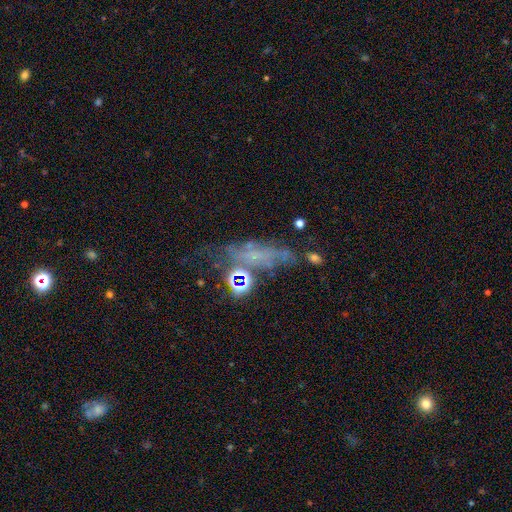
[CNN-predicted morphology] Smooth or featured? featured or disk (43%)
Merging? none (38%)